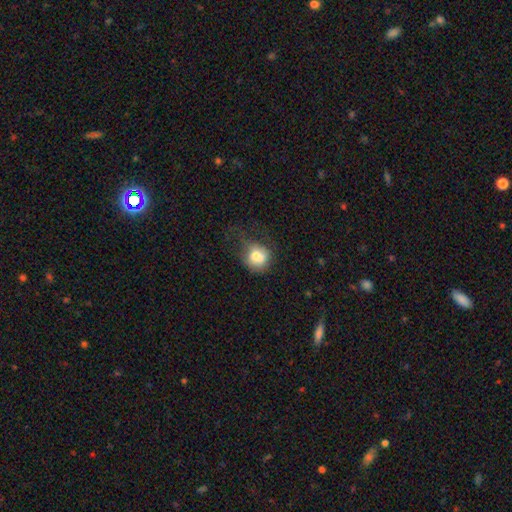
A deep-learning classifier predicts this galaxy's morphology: smooth-or-featured: smooth: 77% | featured or disk: 13% | star or artifact: 10%
  how-rounded: round: 73% | in between: 26% | cigar-shaped: 1%
  merging: none: 44% | minor disturbance: 28% | major disturbance: 24% | merger: 3%